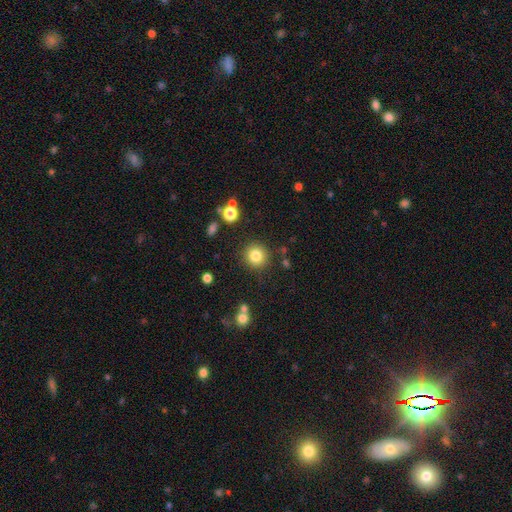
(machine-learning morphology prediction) This appears to be a smooth galaxy with no disk features (82%) that is round (92%). Merging: none (87%).